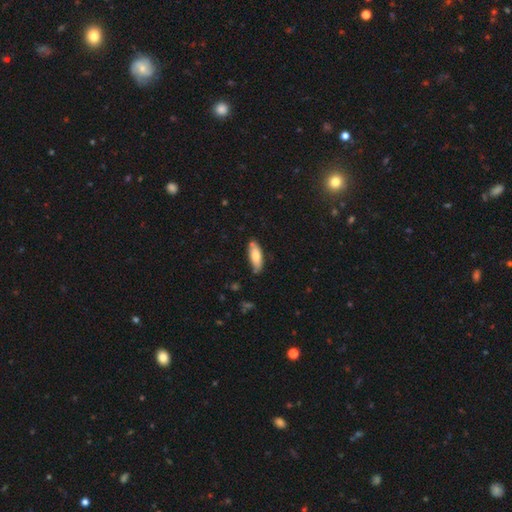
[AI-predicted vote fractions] A smooth galaxy with no disk features (75%) that is in between round and cigar-shaped (67%). Merging: none (78%).